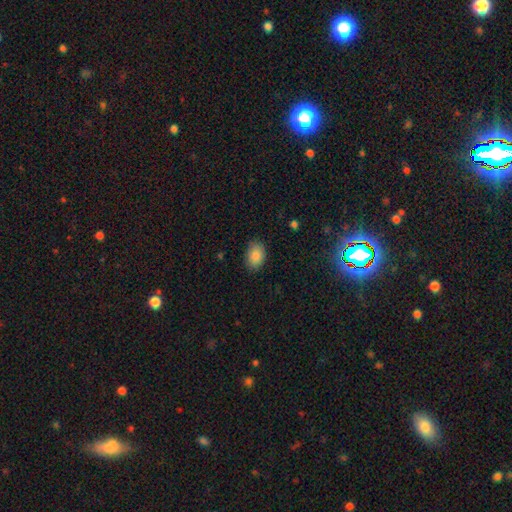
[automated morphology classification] Smooth or featured? Predicted: smooth (p=0.87). How rounded? Predicted: in between (p=0.84). Merging? Predicted: none (p=0.85).